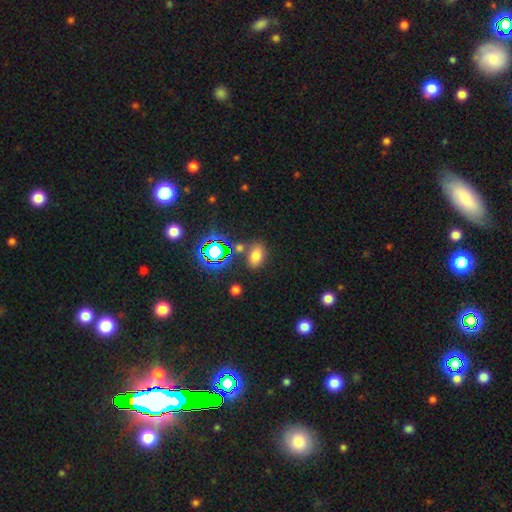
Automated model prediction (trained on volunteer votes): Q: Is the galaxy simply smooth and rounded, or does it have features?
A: smooth — 67%.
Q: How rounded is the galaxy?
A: in between — 82%.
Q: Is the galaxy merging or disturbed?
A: none — 76%.